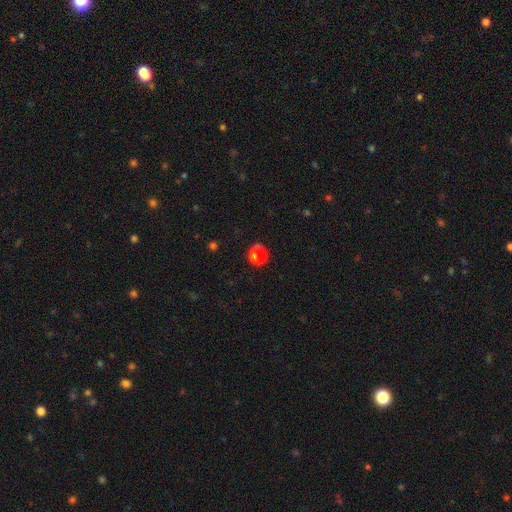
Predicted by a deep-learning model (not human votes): smooth_or_featured: smooth (p=0.80) [alt: star or artifact p=0.15]
how_rounded: round (p=0.86) [alt: in between p=0.13]
merging: none (p=0.79) [alt: minor disturbance p=0.14]